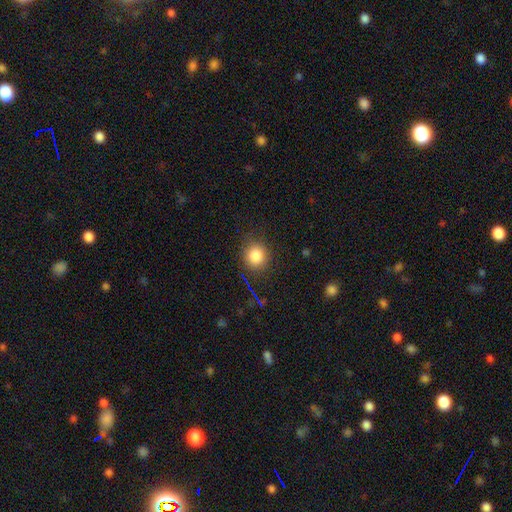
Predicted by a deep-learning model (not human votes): This appears to be a smooth galaxy with no disk features (83%) that is round (83%). Merging: none (83%).